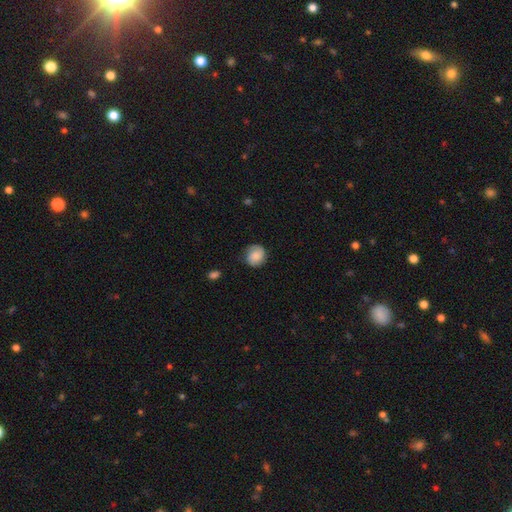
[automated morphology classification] Smooth or featured? smooth (73%)
How rounded? round (81%)
Merging? none (71%)